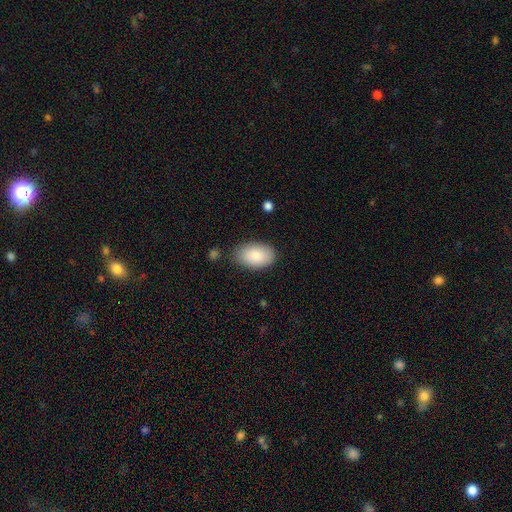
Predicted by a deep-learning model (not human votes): The model was most divided on "merging": none: 82%, minor disturbance: 13%, major disturbance: 3%, merger: 2%. More confident: how rounded — in between (94%); smooth or featured — smooth (87%).